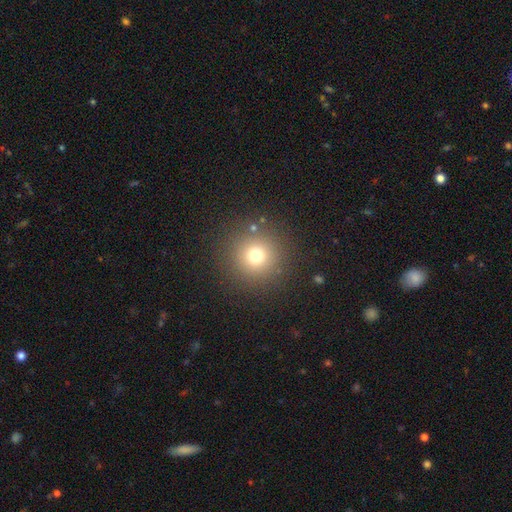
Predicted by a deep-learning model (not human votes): This is likely a smooth galaxy (73%). How rounded: clearly round (96%). Merging: clearly none (88%).